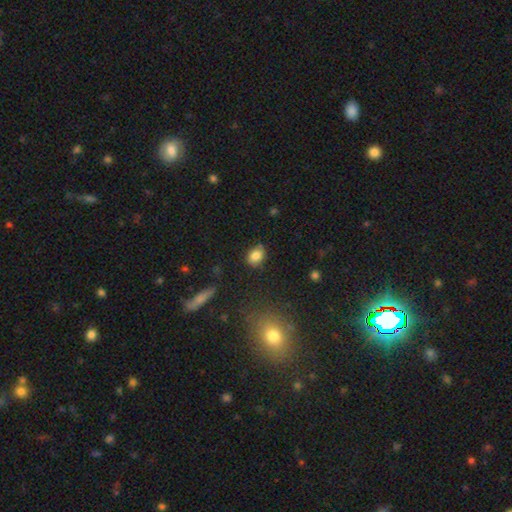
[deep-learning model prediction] smooth 83%, star or artifact 10%, featured or disk 7%. Down the decision tree: how rounded — in between (60%); merging — none (79%).